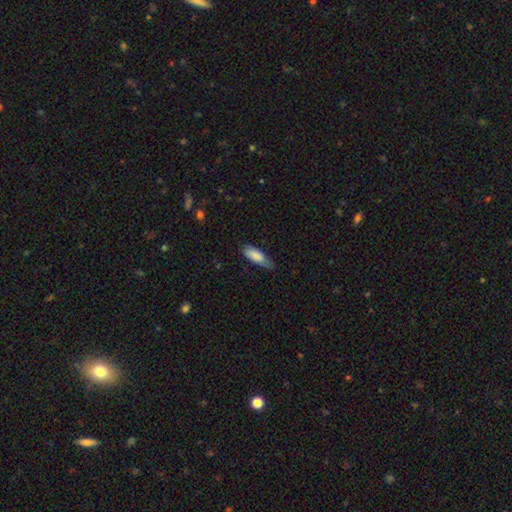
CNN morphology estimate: Q: Smooth or featured?
A: smooth (84%); runner-up: featured or disk (10%)
Q: How rounded?
A: in between (64%); runner-up: cigar-shaped (34%)
Q: Merging?
A: none (62%); runner-up: minor disturbance (32%)